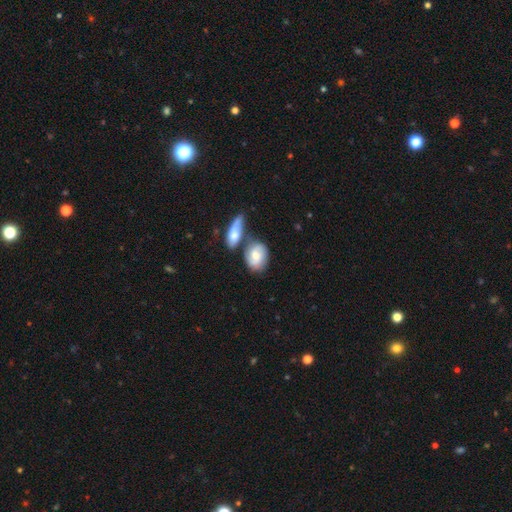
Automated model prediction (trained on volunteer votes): The model was most divided on "merging": none: 45%, merger: 35%, minor disturbance: 15%, major disturbance: 5%. More confident: how rounded — in between (60%); smooth or featured — smooth (53%).